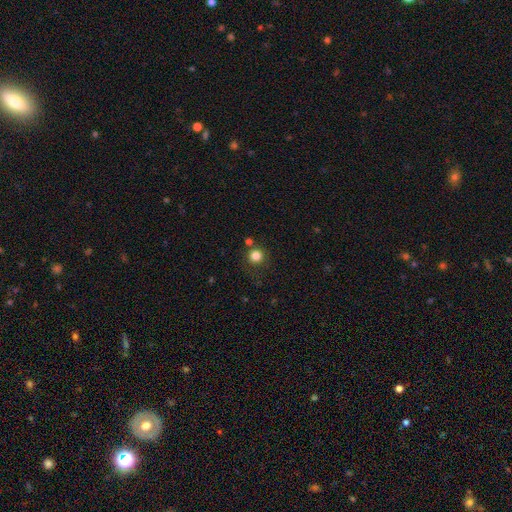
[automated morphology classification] Smooth or featured? smooth (82%)
How rounded? round (95%)
Merging? none (81%)